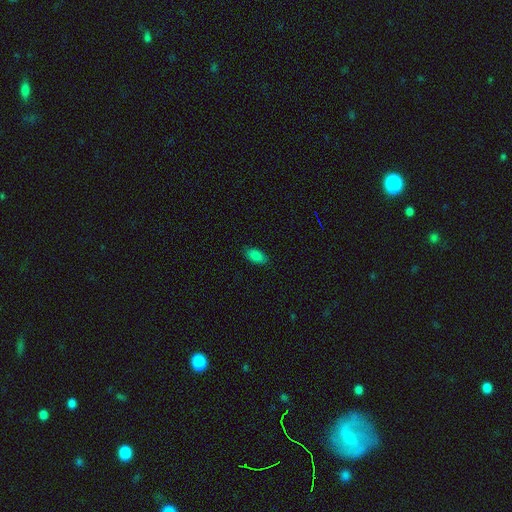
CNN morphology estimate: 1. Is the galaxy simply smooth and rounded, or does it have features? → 86% smooth, 9% star or artifact, 5% featured or disk.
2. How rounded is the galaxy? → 91% in between, 6% cigar-shaped, 3% round.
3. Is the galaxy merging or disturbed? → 87% none, 10% minor disturbance, 2% major disturbance, 1% merger.